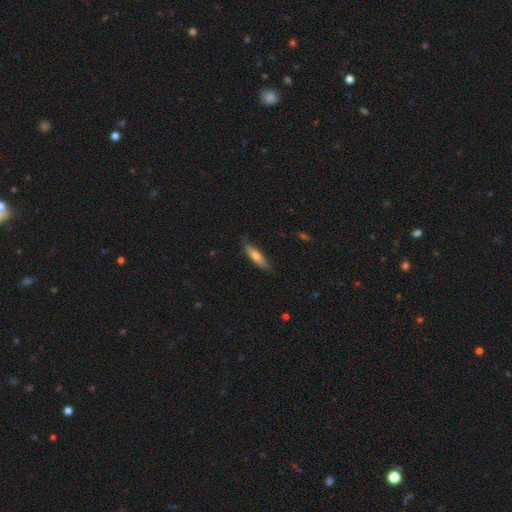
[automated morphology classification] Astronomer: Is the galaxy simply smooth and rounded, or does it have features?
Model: smooth — 63%.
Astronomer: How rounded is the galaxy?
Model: cigar-shaped — 77%.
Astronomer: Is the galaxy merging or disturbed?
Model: none — 83%.